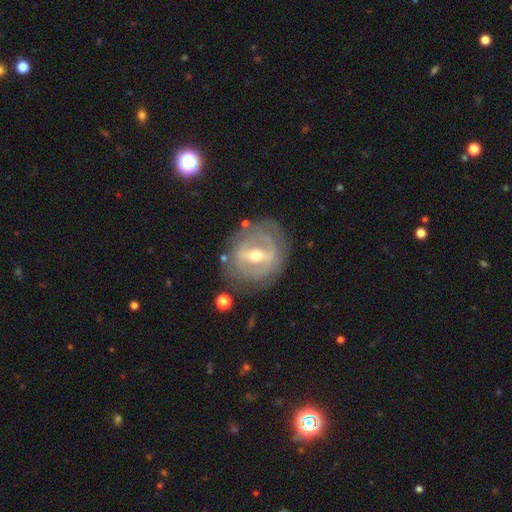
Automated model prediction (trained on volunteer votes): Smooth or featured?
  - featured or disk: 81% *
  - smooth: 13%
  - star or artifact: 6%
Edge-on disk?
  - no: 91% *
  - yes: 9%
Bar?
  - strong: 68% *
  - weak: 24%
  - no: 8%
Spiral arms?
  - no: 53% *
  - yes: 47%
Bulge size?
  - moderate: 69% *
  - small: 24%
  - large: 4%
  - none: 1%
  - dominant: 1%
Merging?
  - none: 75% *
  - minor disturbance: 15%
  - major disturbance: 8%
  - merger: 2%